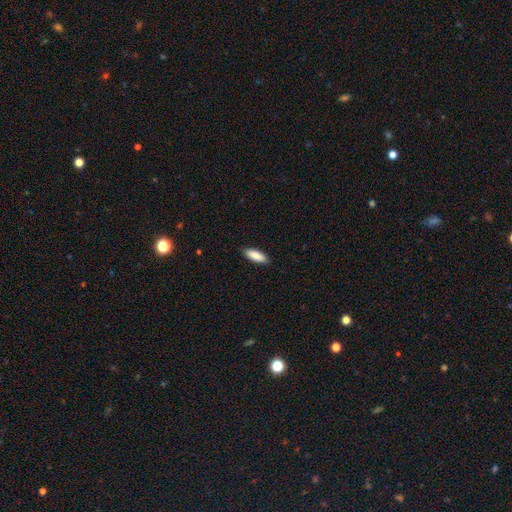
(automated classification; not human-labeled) smooth 88%, featured or disk 6%, star or artifact 6%. Down the decision tree: how rounded — in between (65%); merging — none (89%).